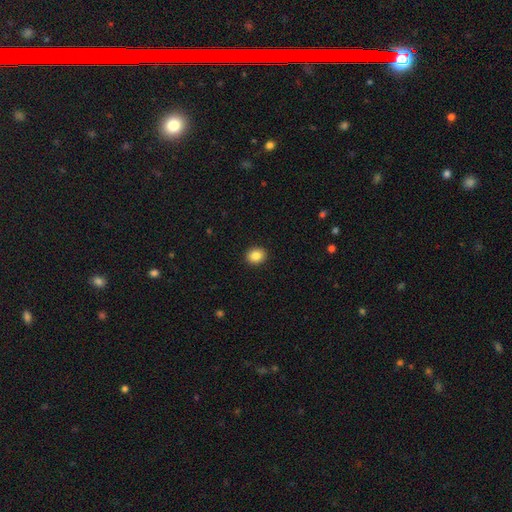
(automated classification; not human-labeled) smooth-or-featured: smooth: 86% | star or artifact: 9% | featured or disk: 5%
  how-rounded: round: 67% | in between: 32% | cigar-shaped: 1%
  merging: none: 92% | minor disturbance: 5% | major disturbance: 2% | merger: 1%